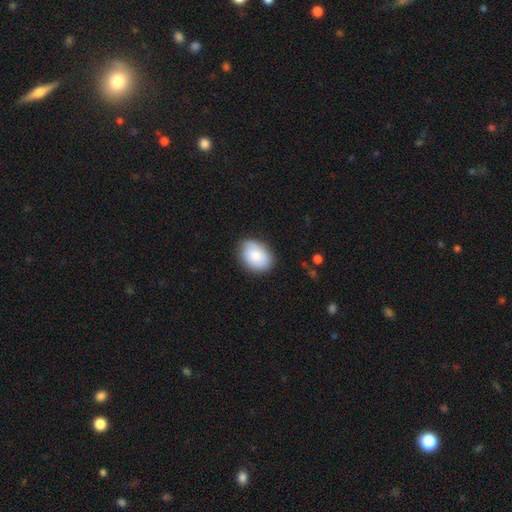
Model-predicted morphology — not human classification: type=smooth (83%); roundness=in between (76%); merging=none (78%).